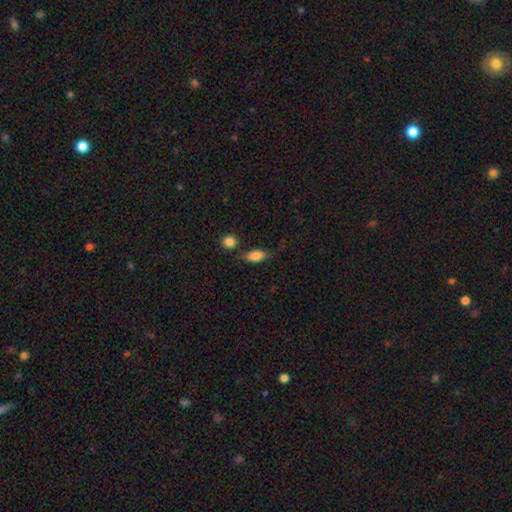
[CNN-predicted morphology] This is likely a smooth galaxy (77%). How rounded: clearly in between (81%). Merging: likely none (62%).